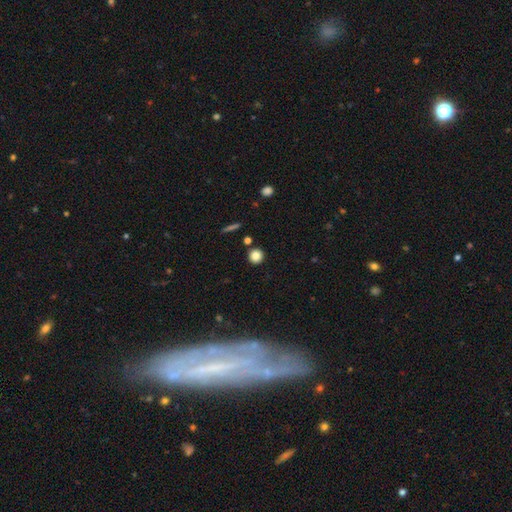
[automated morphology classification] Smooth or featured? smooth (84%)
How rounded? round (93%)
Merging? none (88%)